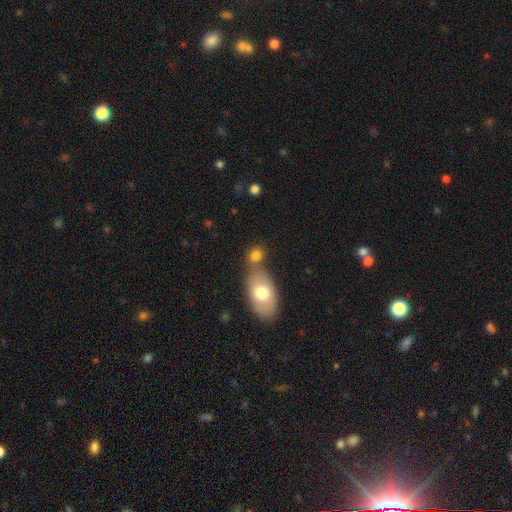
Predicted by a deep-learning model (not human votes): Overall: smooth (79%). How rounded: in between (50%; round 47%). Merging: none (55%; merger 32%).